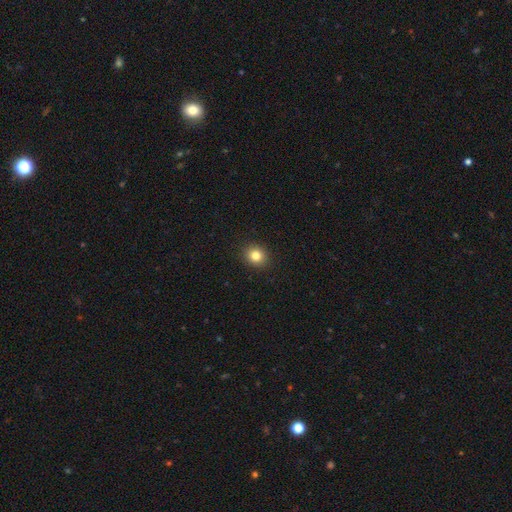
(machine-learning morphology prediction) smooth 82%, star or artifact 11%, featured or disk 7%. Down the decision tree: how rounded — round (78%); merging — none (92%).